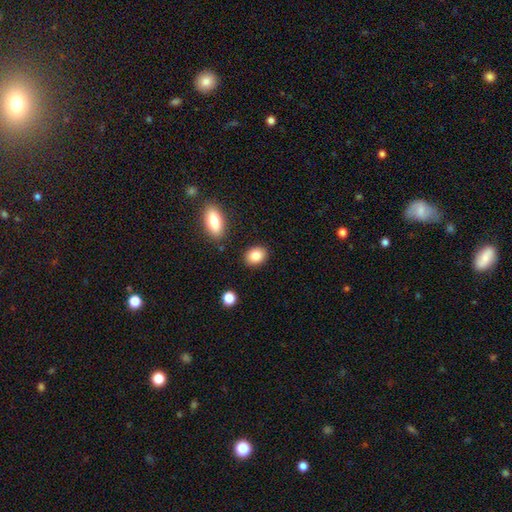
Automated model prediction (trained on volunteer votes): Smooth or featured? Predicted: smooth (p=0.85). How rounded? Predicted: in between (p=0.65). Merging? Predicted: none (p=0.86).